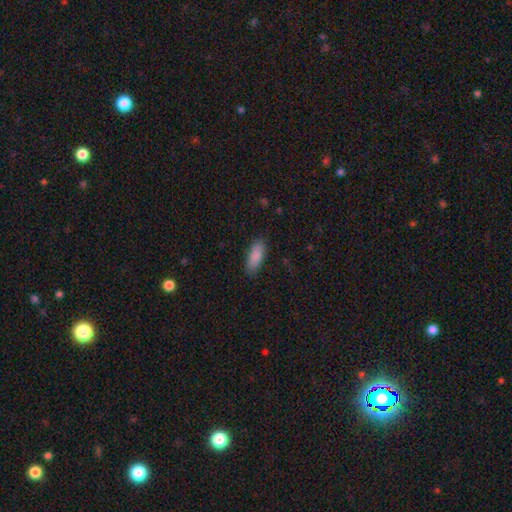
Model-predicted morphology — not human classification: Smooth or featured?
  - smooth: 88% *
  - star or artifact: 6%
  - featured or disk: 5%
How rounded?
  - in between: 77% *
  - cigar-shaped: 21%
  - round: 2%
Merging?
  - none: 84% *
  - minor disturbance: 12%
  - major disturbance: 3%
  - merger: 1%